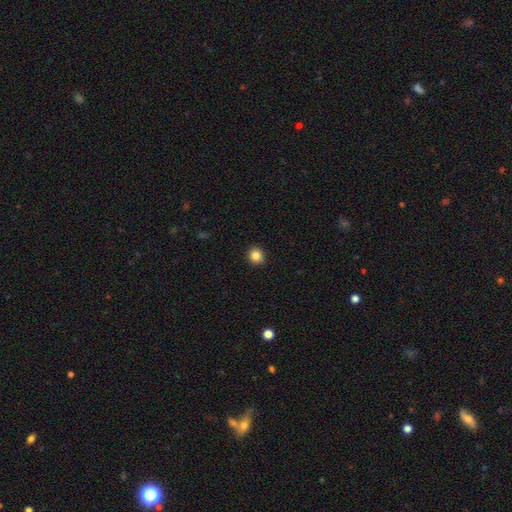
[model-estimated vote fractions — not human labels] Morphology: type=smooth (86%); roundness=round (89%); merging=none (92%).